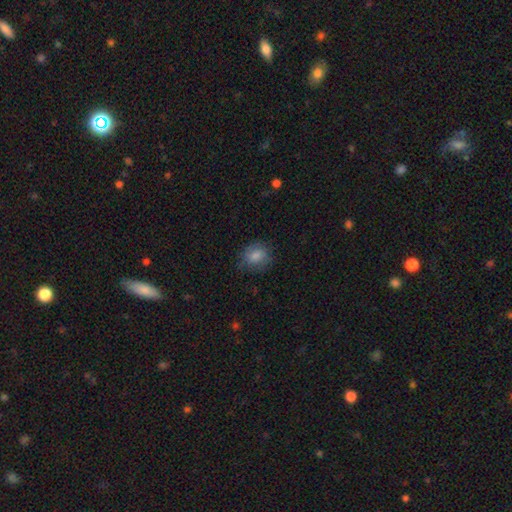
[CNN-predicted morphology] smooth_or_featured: smooth (p=0.79) [alt: featured or disk p=0.13]
how_rounded: round (p=0.64) [alt: in between p=0.35]
merging: none (p=0.68) [alt: minor disturbance p=0.23]